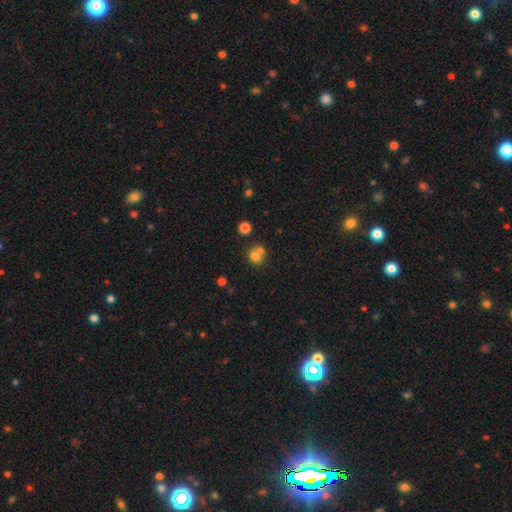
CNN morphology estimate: This appears to be a smooth galaxy with no disk features (73%) that is round (73%). Merging: merger (46%).